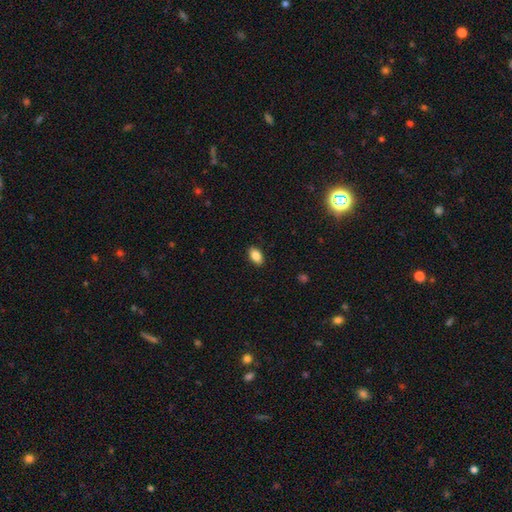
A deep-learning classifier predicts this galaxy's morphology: A smooth galaxy with no disk features (86%) that is in between round and cigar-shaped (91%).

Vote fractions:
- Smooth or featured? smooth: 86% / star or artifact: 8% / featured or disk: 6%
- How rounded? in between: 91% / round: 6% / cigar-shaped: 2%
- Merging? none: 89% / minor disturbance: 8% / major disturbance: 2% / merger: 1%